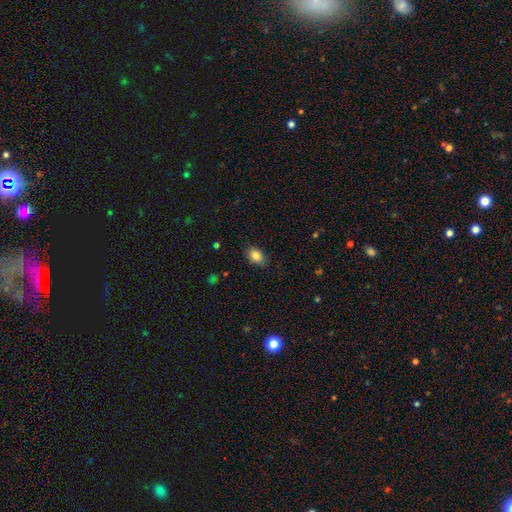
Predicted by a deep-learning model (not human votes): smooth_or_featured: smooth (p=0.85) [alt: star or artifact p=0.09]
how_rounded: in between (p=0.76) [alt: round p=0.23]
merging: none (p=0.84) [alt: minor disturbance p=0.12]